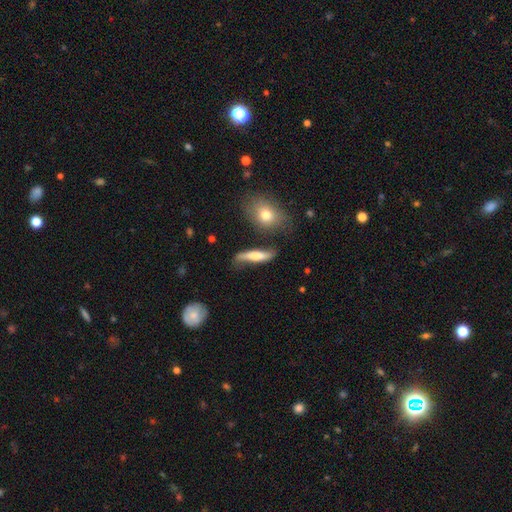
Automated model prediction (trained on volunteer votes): smooth_or_featured: smooth (p=0.50) [alt: featured or disk p=0.43]
merging: none (p=0.60) [alt: minor disturbance p=0.24]